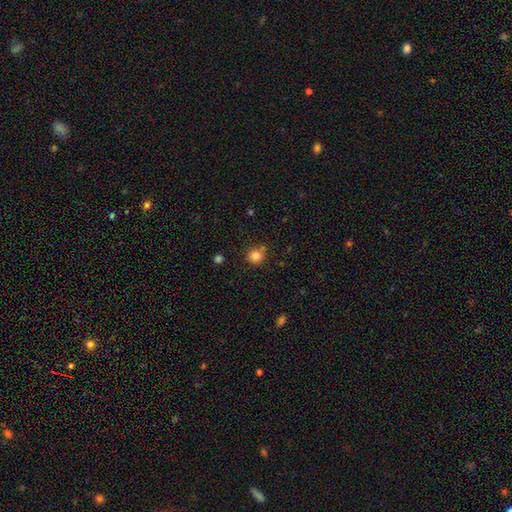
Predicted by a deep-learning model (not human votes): The model was most divided on "merging": none: 79%, minor disturbance: 12%, merger: 6%, major disturbance: 3%. More confident: how rounded — round (92%); smooth or featured — smooth (82%).